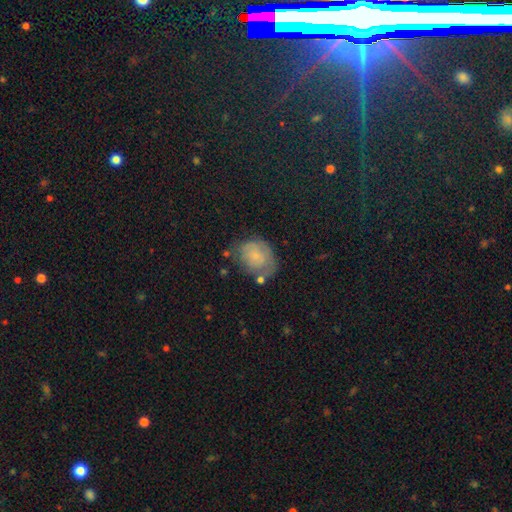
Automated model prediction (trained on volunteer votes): Smooth or featured? smooth (63%)
How rounded? in between (56%)
Merging? none (50%)